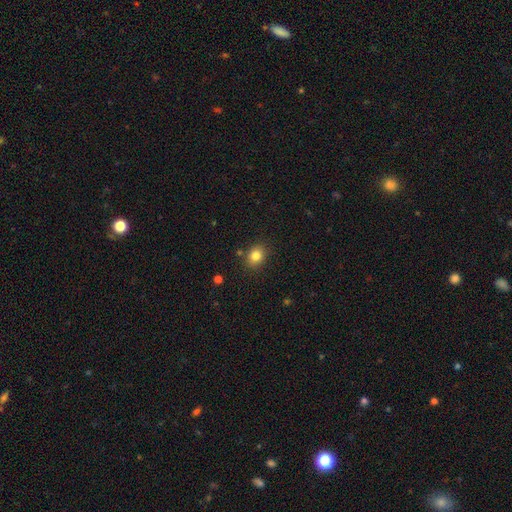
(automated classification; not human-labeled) Morphology: type=smooth (82%); roundness=round (55%); merging=none (84%).